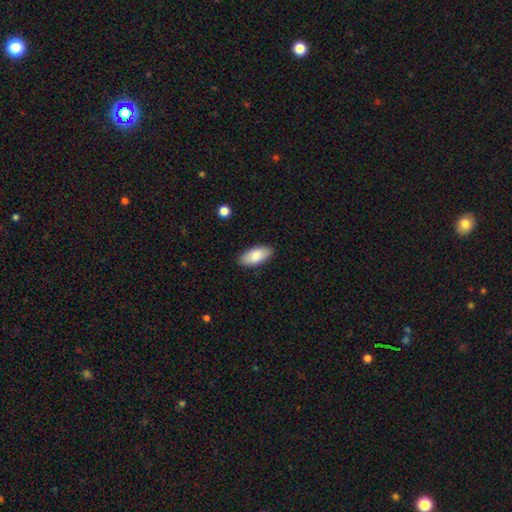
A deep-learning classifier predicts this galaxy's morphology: Smooth or featured? Predicted: smooth (p=0.85). How rounded? Predicted: in between (p=0.91). Merging? Predicted: none (p=0.88).